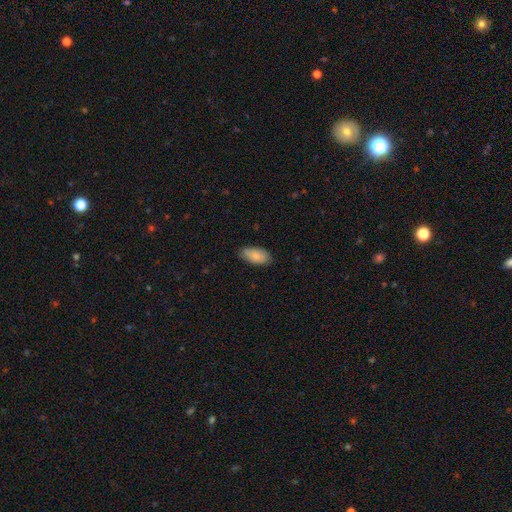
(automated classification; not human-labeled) A smooth galaxy with no disk features (85%) that is in between round and cigar-shaped (93%).

Vote fractions:
- Smooth or featured? smooth: 85% / featured or disk: 9% / star or artifact: 6%
- How rounded? in between: 93% / cigar-shaped: 4% / round: 3%
- Merging? none: 78% / minor disturbance: 18% / major disturbance: 3% / merger: 1%